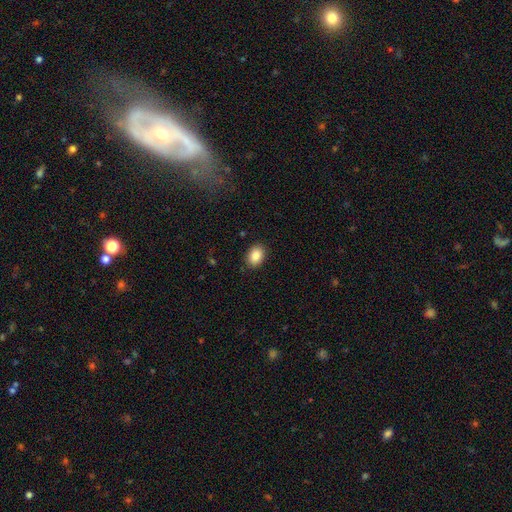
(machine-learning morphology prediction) This is clearly a smooth galaxy (88%). How rounded: likely in between (79%). Merging: clearly none (88%).